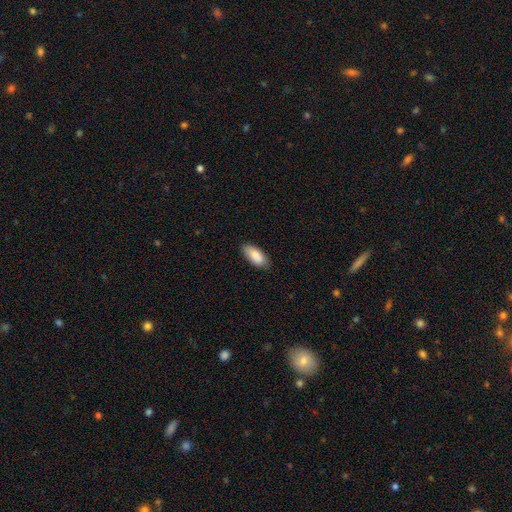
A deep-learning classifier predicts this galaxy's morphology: Q: Smooth or featured?
A: smooth (86%); runner-up: featured or disk (8%)
Q: How rounded?
A: in between (87%); runner-up: cigar-shaped (11%)
Q: Merging?
A: none (85%); runner-up: minor disturbance (12%)